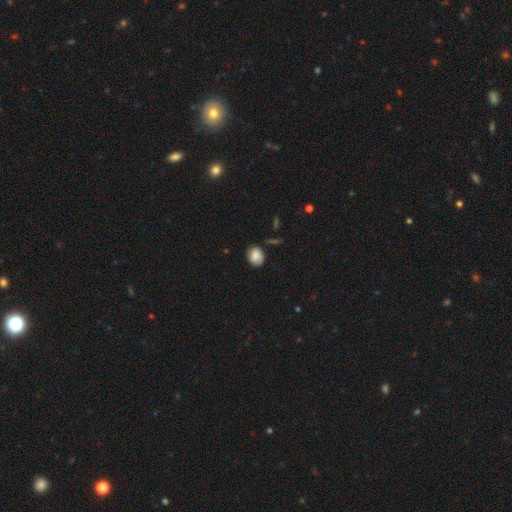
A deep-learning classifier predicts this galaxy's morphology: A smooth galaxy with no disk features (79%) that is in between round and cigar-shaped (50%). Merging: none (72%).